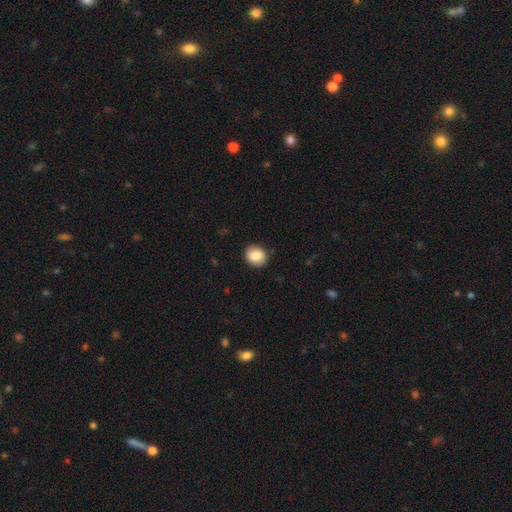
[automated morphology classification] A smooth galaxy with no disk features (85%) that is round (72%).

Vote fractions:
- Smooth or featured? smooth: 85% / star or artifact: 8% / featured or disk: 7%
- How rounded? round: 72% / in between: 27% / cigar-shaped: 1%
- Merging? none: 88% / minor disturbance: 9% / major disturbance: 2% / merger: 1%